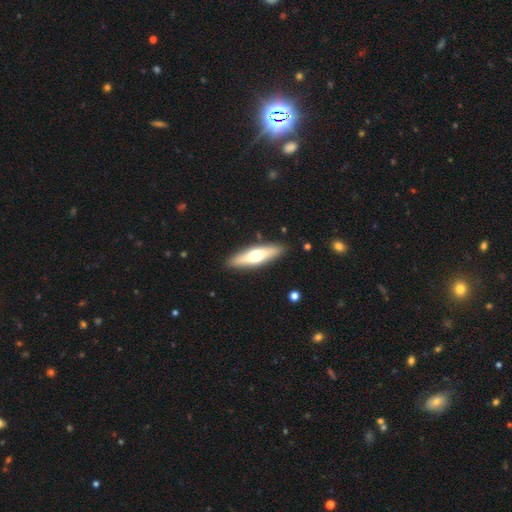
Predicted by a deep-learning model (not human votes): Smooth or featured?
  - smooth: 48% *
  - featured or disk: 47%
  - star or artifact: 5%
Merging?
  - none: 89% *
  - minor disturbance: 8%
  - major disturbance: 2%
  - merger: 1%